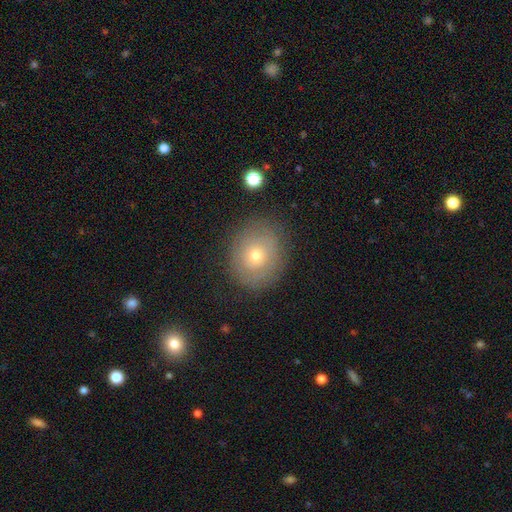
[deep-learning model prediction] smooth 55%, featured or disk 34%, star or artifact 11%. Down the decision tree: how rounded — round (65%); merging — none (79%).